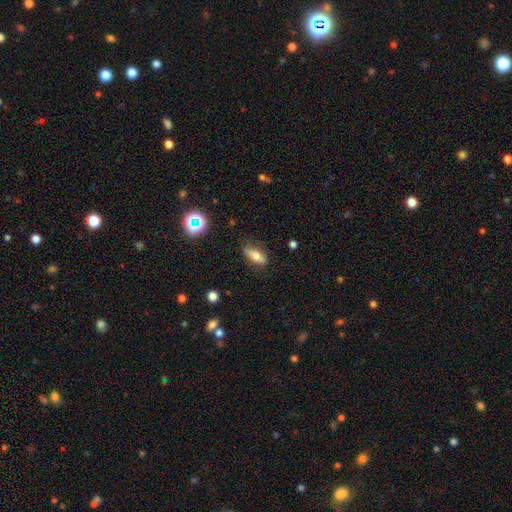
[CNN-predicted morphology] Smooth or featured? Predicted: smooth (p=0.68). How rounded? Predicted: in between (p=0.67). Merging? Predicted: none (p=0.79).